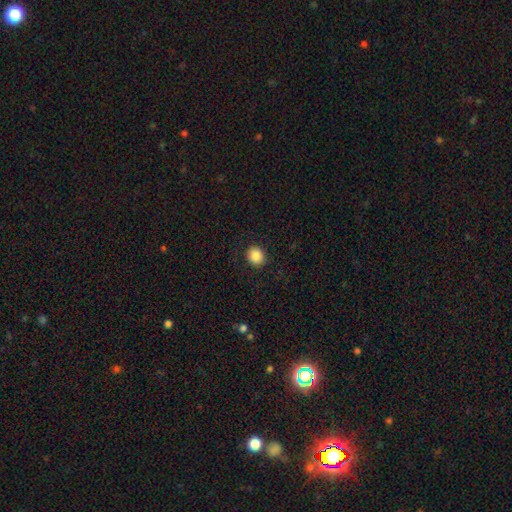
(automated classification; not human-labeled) smooth-or-featured: smooth: 87% | star or artifact: 9% | featured or disk: 4%
  how-rounded: round: 81% | in between: 18% | cigar-shaped: 1%
  merging: none: 90% | minor disturbance: 7% | major disturbance: 2% | merger: 1%